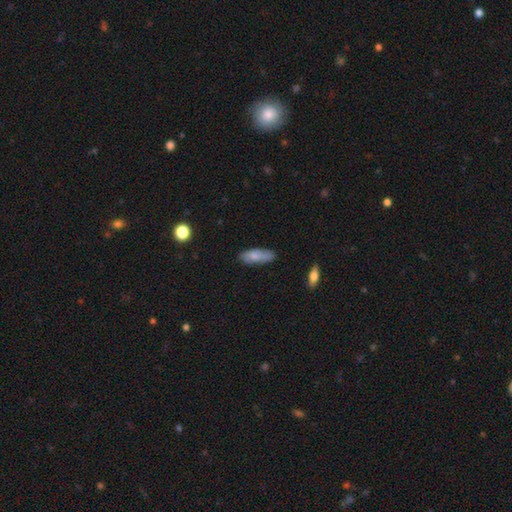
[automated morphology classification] Q: Smooth or featured?
A: smooth (78%); runner-up: featured or disk (16%)
Q: How rounded?
A: in between (69%); runner-up: cigar-shaped (29%)
Q: Merging?
A: none (76%); runner-up: minor disturbance (19%)